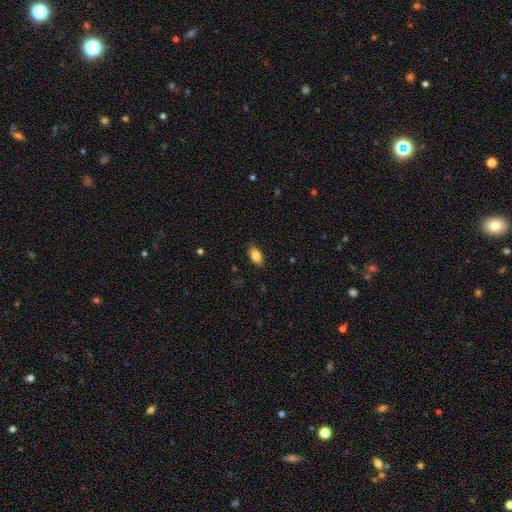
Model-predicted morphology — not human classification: A smooth galaxy with no disk features (85%) that is in between round and cigar-shaped (91%).

Vote fractions:
- Smooth or featured? smooth: 85% / featured or disk: 8% / star or artifact: 7%
- How rounded? in between: 91% / cigar-shaped: 5% / round: 4%
- Merging? none: 88% / minor disturbance: 9% / major disturbance: 2% / merger: 1%